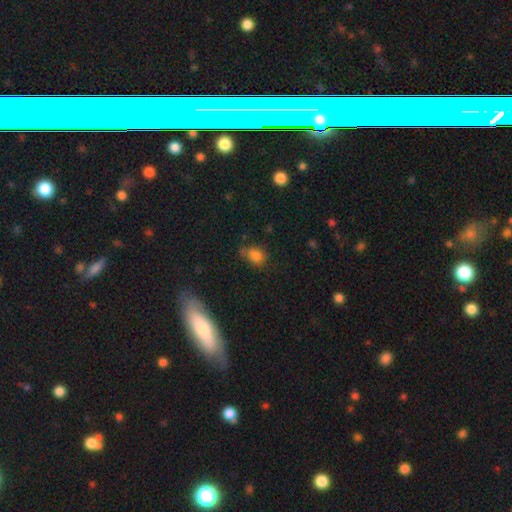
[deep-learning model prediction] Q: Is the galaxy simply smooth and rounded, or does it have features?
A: smooth — 78%.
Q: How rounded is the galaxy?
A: in between — 65%.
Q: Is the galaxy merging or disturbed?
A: none — 55%.